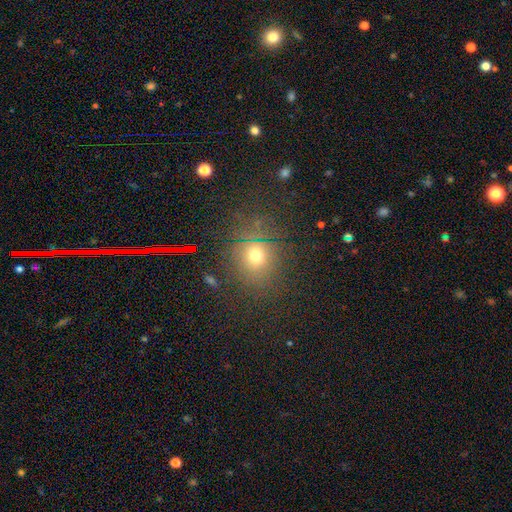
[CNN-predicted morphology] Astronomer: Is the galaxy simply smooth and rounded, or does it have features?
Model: smooth — 66%.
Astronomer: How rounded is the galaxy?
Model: round — 81%.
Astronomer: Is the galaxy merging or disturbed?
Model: none — 77%.